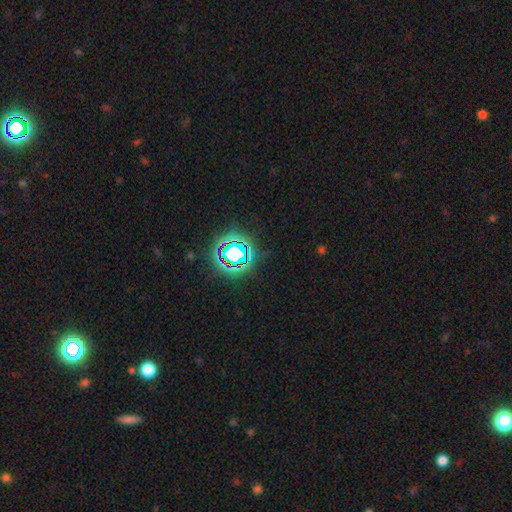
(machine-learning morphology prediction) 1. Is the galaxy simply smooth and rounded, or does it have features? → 80% star or artifact, 13% smooth, 7% featured or disk.